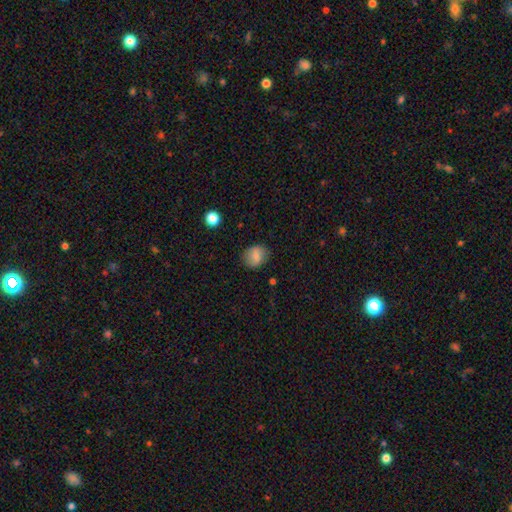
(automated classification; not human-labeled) A smooth galaxy with no disk features (80%) that is round (62%). Merging: none (81%).